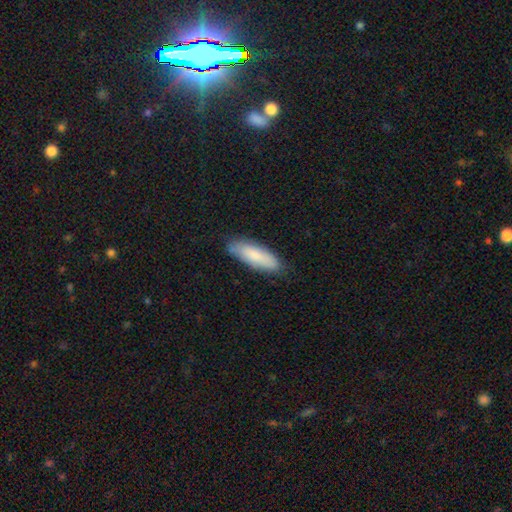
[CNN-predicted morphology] Smooth or featured?
  - smooth: 81% *
  - featured or disk: 14%
  - star or artifact: 5%
How rounded?
  - in between: 53% *
  - cigar-shaped: 45%
  - round: 2%
Merging?
  - none: 82% *
  - minor disturbance: 14%
  - major disturbance: 2%
  - merger: 1%